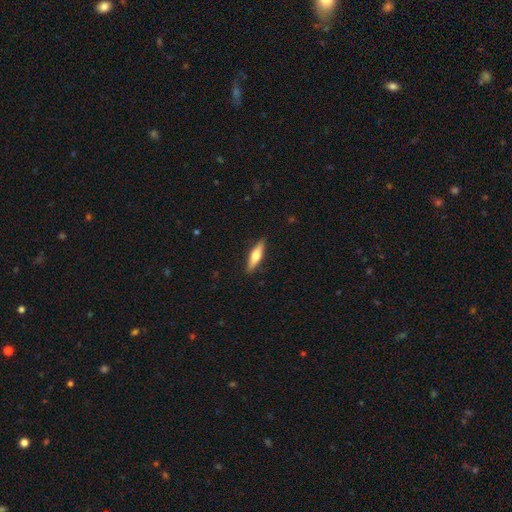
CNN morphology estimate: The model was most divided on "smooth or featured": smooth: 53%, featured or disk: 41%, star or artifact: 6%. More confident: merging — none (89%); how rounded — cigar-shaped (68%).